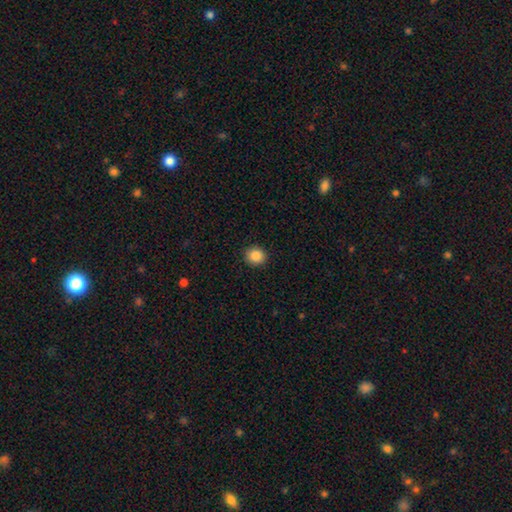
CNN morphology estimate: Overall: smooth (87%). How rounded: round (85%). Merging: none (91%).